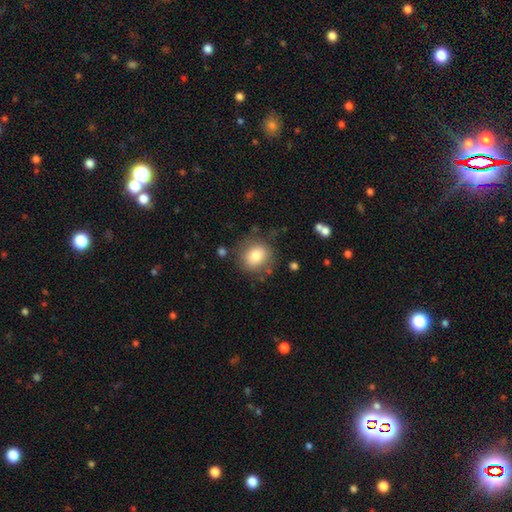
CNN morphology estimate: Smooth or featured?
  - smooth: 78% *
  - featured or disk: 12%
  - star or artifact: 9%
How rounded?
  - round: 77% *
  - in between: 22%
  - cigar-shaped: 1%
Merging?
  - none: 78% *
  - minor disturbance: 14%
  - major disturbance: 5%
  - merger: 3%